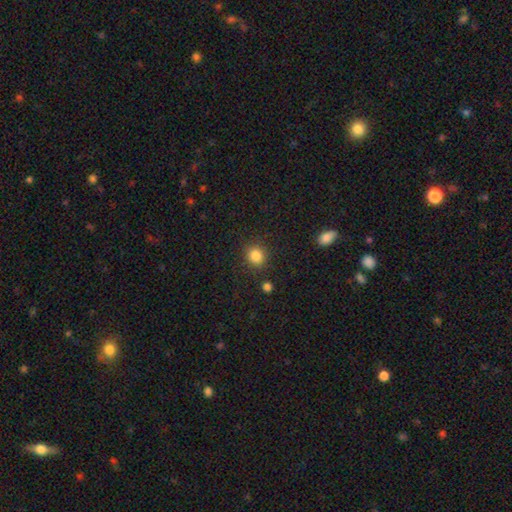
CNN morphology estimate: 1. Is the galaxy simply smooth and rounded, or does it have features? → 85% smooth, 11% star or artifact, 4% featured or disk.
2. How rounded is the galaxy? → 85% round, 14% in between, 1% cigar-shaped.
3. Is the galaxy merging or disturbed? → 86% none, 8% minor disturbance, 3% major disturbance, 3% merger.